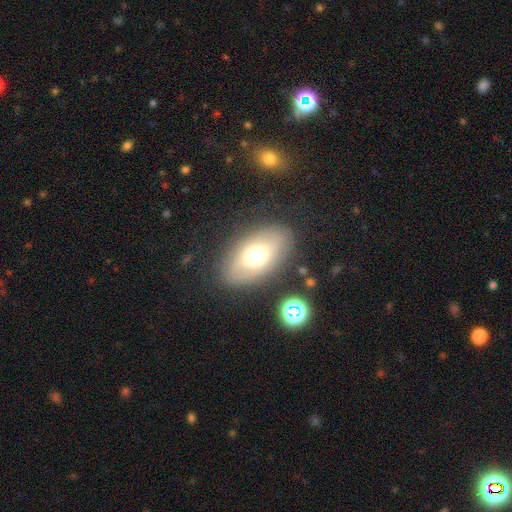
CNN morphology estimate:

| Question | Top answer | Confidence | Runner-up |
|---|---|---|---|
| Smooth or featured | smooth | 59% | featured or disk (31%) |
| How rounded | in between | 91% | round (7%) |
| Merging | none | 80% | minor disturbance (12%) |